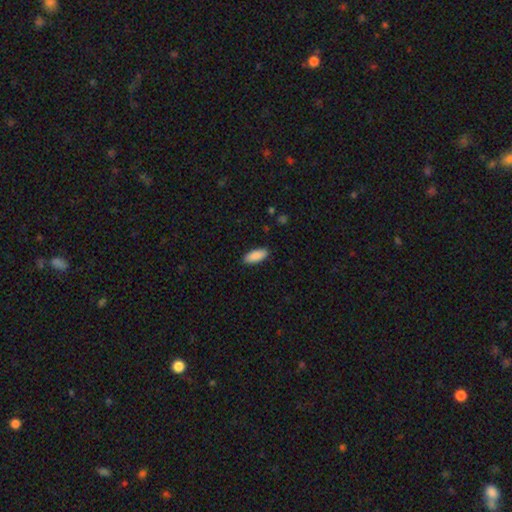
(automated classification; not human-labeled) Overall: smooth (90%). How rounded: in between (82%). Merging: none (89%).